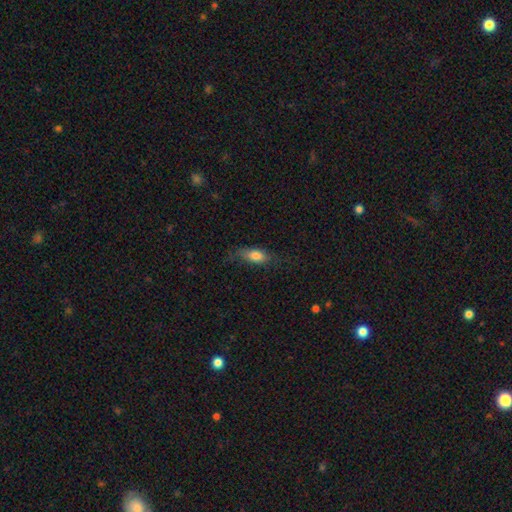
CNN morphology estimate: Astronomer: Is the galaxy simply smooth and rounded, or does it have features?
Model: smooth — 77%.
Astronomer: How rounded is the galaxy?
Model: in between — 80%.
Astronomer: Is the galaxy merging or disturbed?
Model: none — 60%.